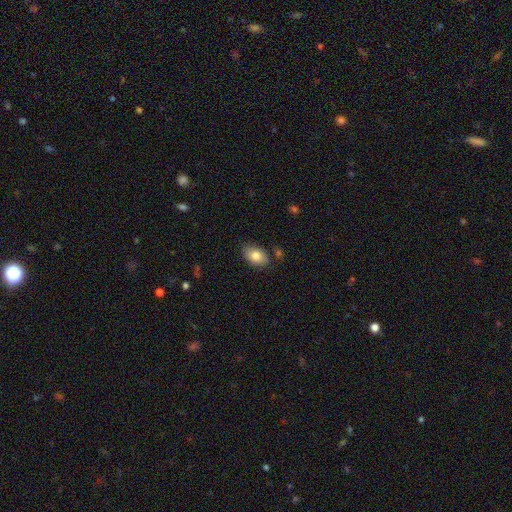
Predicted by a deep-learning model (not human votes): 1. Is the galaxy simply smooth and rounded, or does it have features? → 81% smooth, 11% featured or disk, 7% star or artifact.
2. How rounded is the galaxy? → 88% in between, 11% round, 1% cigar-shaped.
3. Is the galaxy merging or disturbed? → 80% none, 14% minor disturbance, 3% major disturbance, 3% merger.